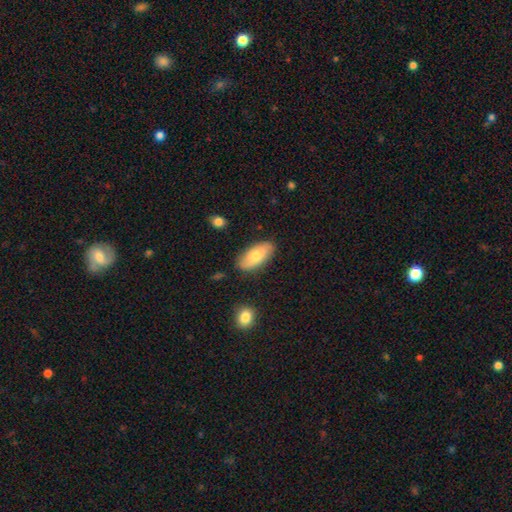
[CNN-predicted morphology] smooth-or-featured: smooth: 72% | featured or disk: 22% | star or artifact: 6%
  how-rounded: in between: 87% | cigar-shaped: 10% | round: 3%
  merging: none: 83% | minor disturbance: 13% | major disturbance: 2% | merger: 2%